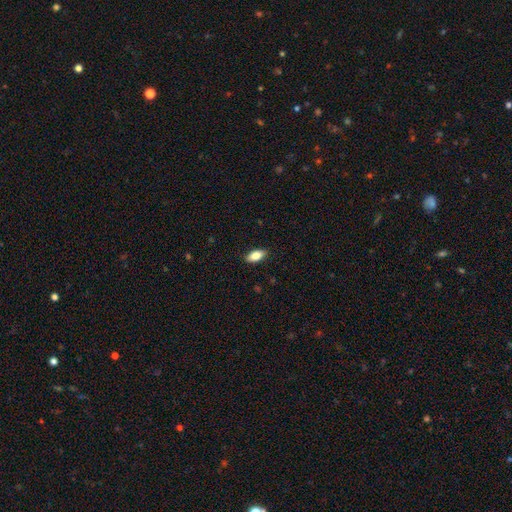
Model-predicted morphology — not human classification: Smooth or featured: smooth — 84% (featured or disk — 10%)
How rounded: in between — 89% (cigar-shaped — 8%)
Merging: none — 89% (minor disturbance — 8%)